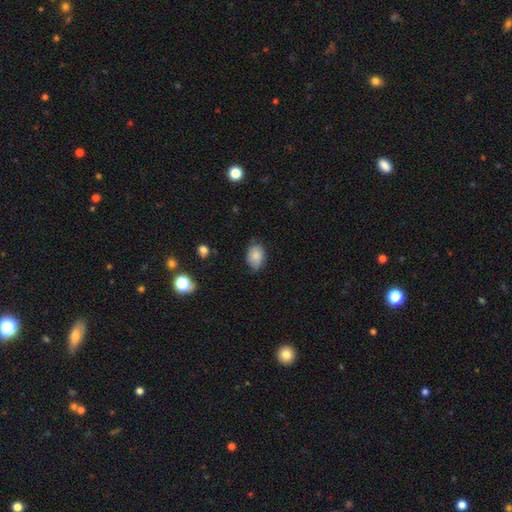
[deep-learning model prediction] Overall: smooth (81%). How rounded: in between (80%). Merging: none (68%).